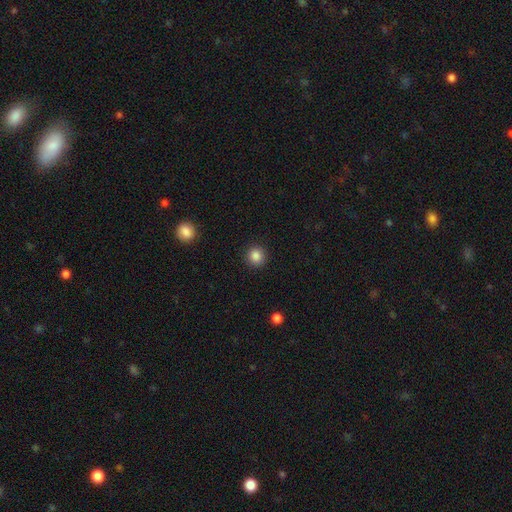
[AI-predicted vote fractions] This is clearly a smooth galaxy (86%). How rounded: clearly round (92%). Merging: clearly none (92%).